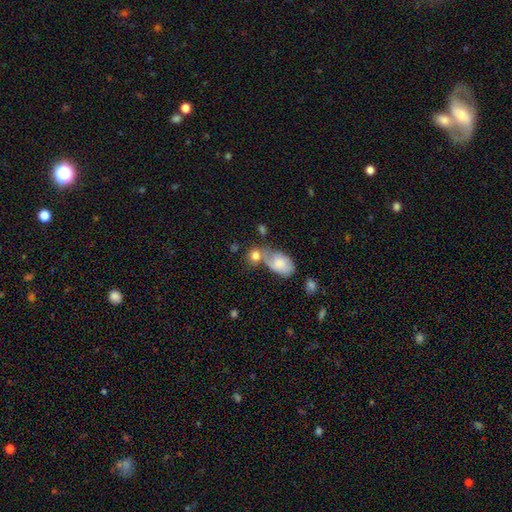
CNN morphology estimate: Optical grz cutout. It shows a smooth galaxy with no disk features (79%) that is round (58%). Merging: merger (48%).